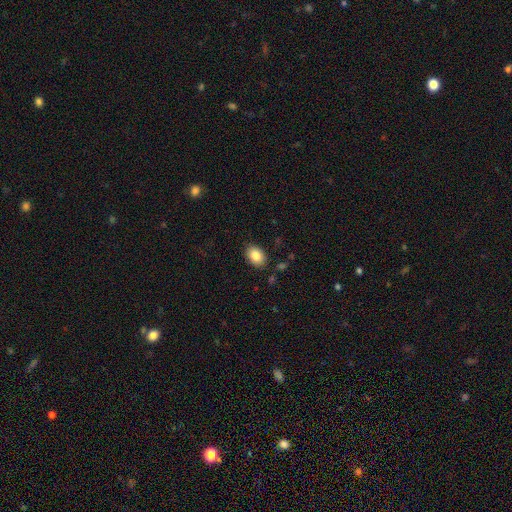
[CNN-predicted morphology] This appears to be a smooth galaxy with no disk features (86%) that is in between round and cigar-shaped (81%). Merging: none (87%).